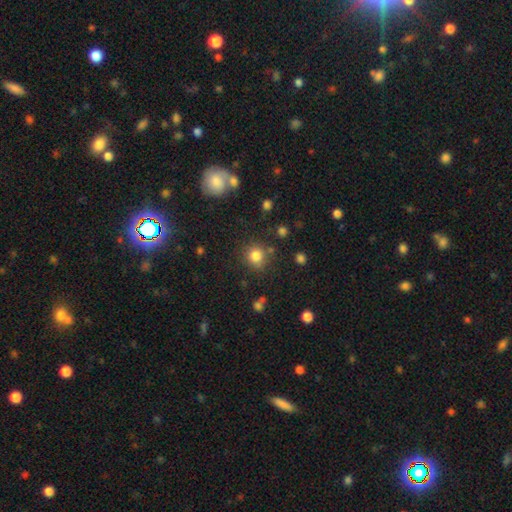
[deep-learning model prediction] Smooth or featured: smooth — 82% (star or artifact — 12%)
How rounded: round — 86% (in between — 13%)
Merging: none — 79% (minor disturbance — 11%)